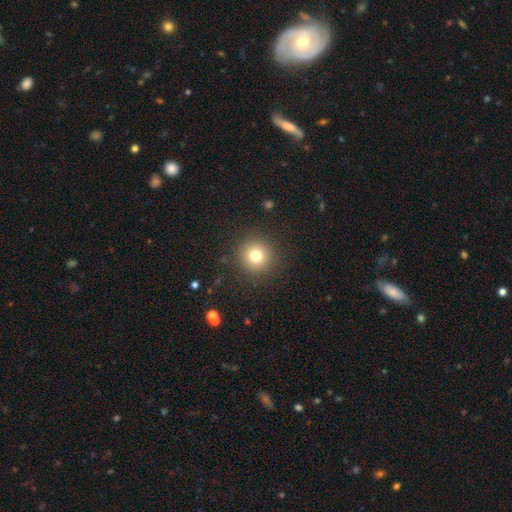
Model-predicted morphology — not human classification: smooth-or-featured: smooth: 77% | star or artifact: 13% | featured or disk: 9%
  how-rounded: round: 94% | in between: 5% | cigar-shaped: 1%
  merging: none: 90% | minor disturbance: 6% | major disturbance: 3% | merger: 1%